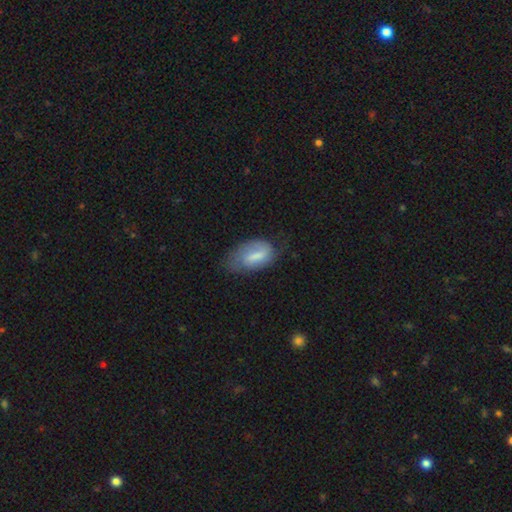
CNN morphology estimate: A smooth galaxy with no disk features (60%) that is in between round and cigar-shaped (89%). Merging: none (46%).